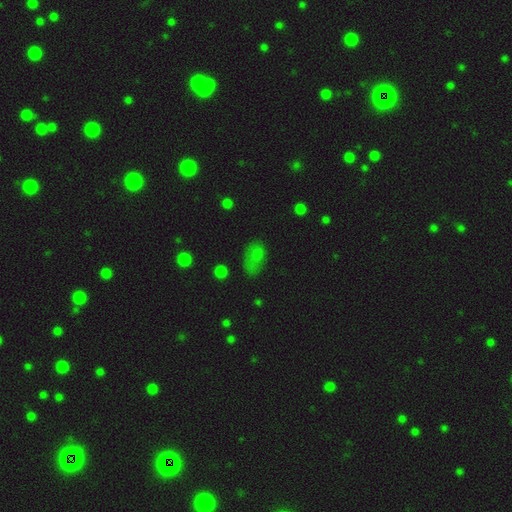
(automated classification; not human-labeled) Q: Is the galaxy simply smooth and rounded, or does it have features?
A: smooth — 70%.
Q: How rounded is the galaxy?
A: in between — 85%.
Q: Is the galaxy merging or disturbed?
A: none — 50%.